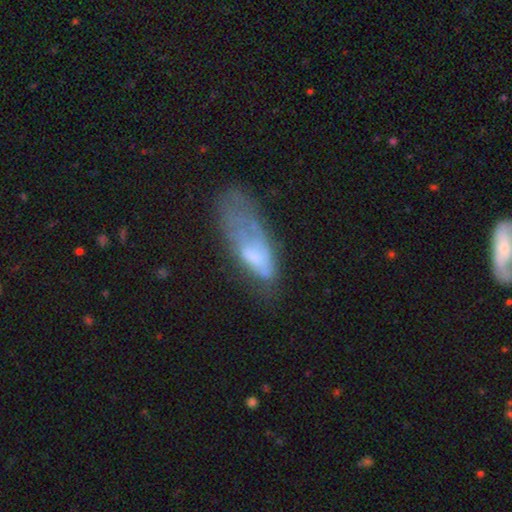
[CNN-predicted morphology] Overall: smooth (50%; featured or disk 41%). Merging: major disturbance (39%; none 28%).